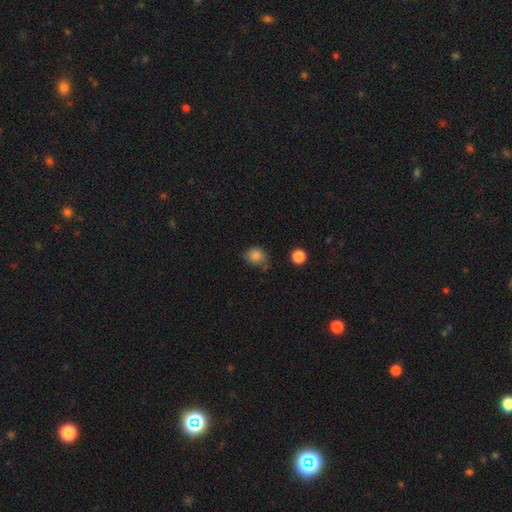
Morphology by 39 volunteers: Smooth or featured?
  - smooth: 85% *
  - featured or disk: 10%
  - star or artifact: 5%
How rounded?
  - round: 79% *
  - in between: 18%
  - cigar-shaped: 3%
Merging?
  - none: 68% *
  - minor disturbance: 27%
  - major disturbance: 3%
  - merger: 3%